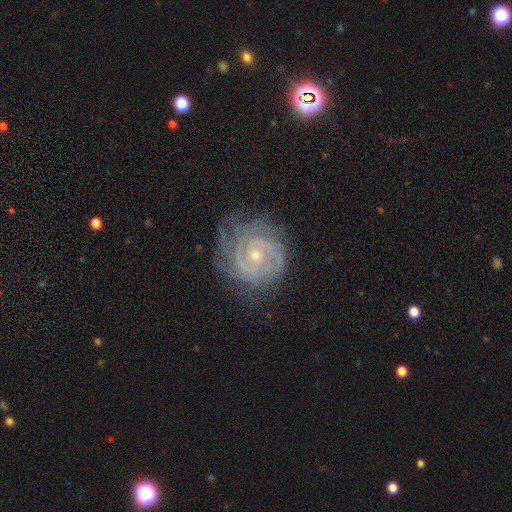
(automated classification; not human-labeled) Smooth or featured: featured or disk — 90% (star or artifact — 6%)
Edge-on disk: no — 98% (yes — 2%)
Bar: no — 64% (weak — 28%)
Spiral arms: yes — 98% (no — 2%)
Spiral winding: tight — 75% (medium — 21%)
Spiral arm count: 2 — 41% (3 — 22%)
Bulge size: small — 67% (moderate — 30%)
Merging: none — 72% (minor disturbance — 19%)